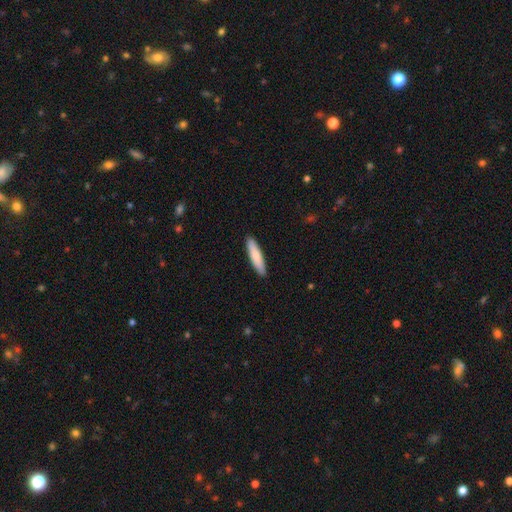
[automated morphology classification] This appears to be a smooth galaxy with no disk features (80%) that is cigar-shaped (80%). Merging: none (91%).